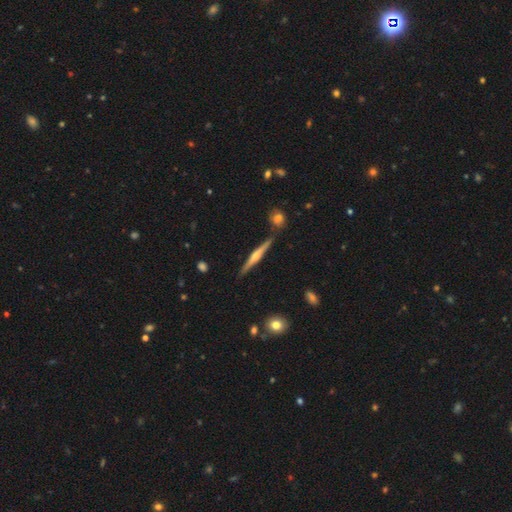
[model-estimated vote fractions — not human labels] Smooth or featured: featured or disk — 76% (smooth — 18%)
Edge-on disk: yes — 98% (no — 2%)
Edge-on bulge: rounded — 87% (none — 8%)
Merging: none — 88% (minor disturbance — 8%)